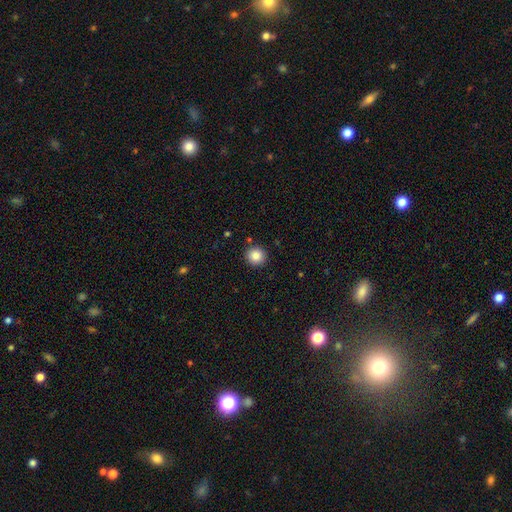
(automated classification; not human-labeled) A smooth galaxy with no disk features (86%) that is round (93%). Merging: none (91%).